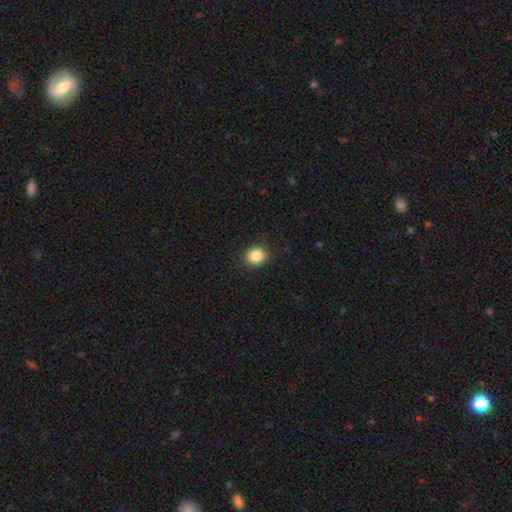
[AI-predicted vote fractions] Overall: smooth (86%). How rounded: round (65%; in between 34%). Merging: none (89%).